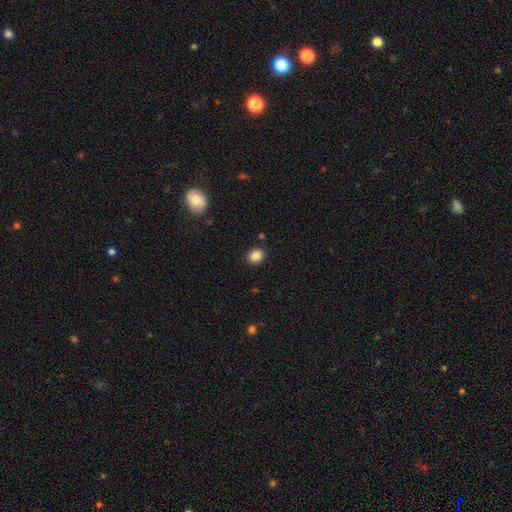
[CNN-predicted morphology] This appears to be a smooth galaxy with no disk features (85%) that is round (58%). Merging: none (89%).